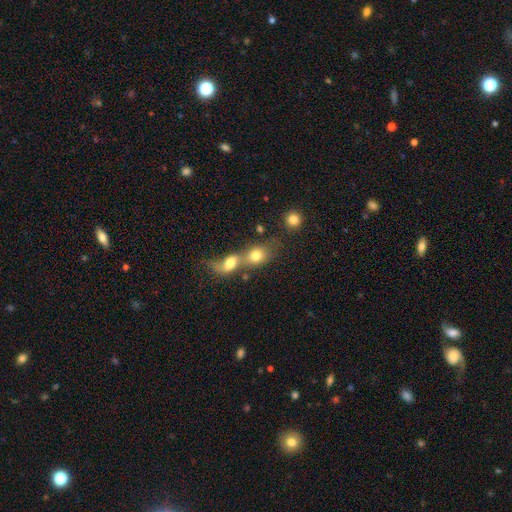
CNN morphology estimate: A smooth galaxy with no disk features (76%) that is in between round and cigar-shaped (53%). Merging: merger (68%).